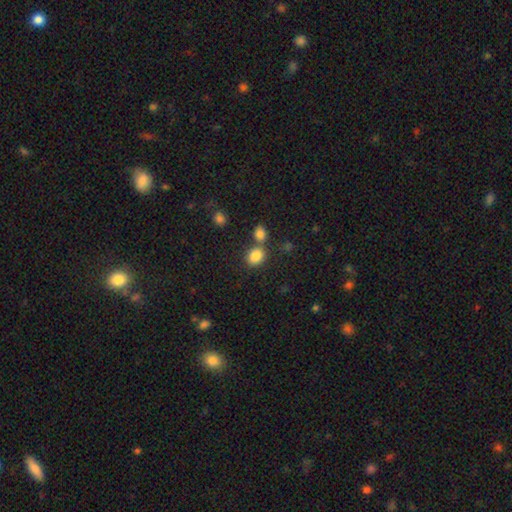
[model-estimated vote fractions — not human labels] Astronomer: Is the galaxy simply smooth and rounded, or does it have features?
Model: smooth — 84%.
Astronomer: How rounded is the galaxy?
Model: in between — 55% (runner-up: round, 44%).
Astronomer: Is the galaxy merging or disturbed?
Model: none — 59%.